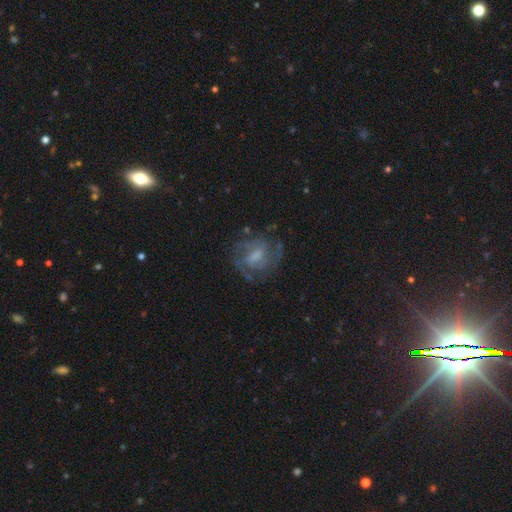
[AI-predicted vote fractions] smooth-or-featured: featured or disk: 71% | smooth: 17% | star or artifact: 12%
  disk-edge-on: no: 97% | yes: 3%
    bar: weak: 51% | no: 31% | strong: 18%
    has-spiral-arms: yes: 88% | no: 12%
      spiral-winding: tight: 47% | medium: 41% | loose: 12%
      spiral-arm-count: 2: 36% | can't tell: 35% | 3: 16% | 4: 5% | 1: 4% | more than 4: 4%
    bulge-size: moderate: 40% | small: 35% | none: 16% | large: 8% | dominant: 1%
  merging: none: 71% | minor disturbance: 16% | major disturbance: 11% | merger: 2%